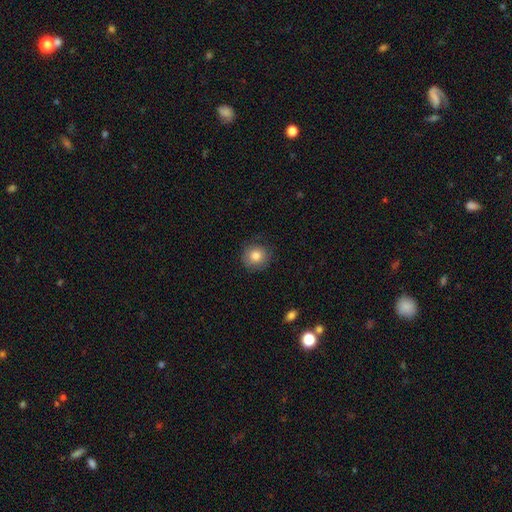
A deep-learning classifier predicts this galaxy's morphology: Smooth or featured? smooth (83%)
How rounded? round (89%)
Merging? none (82%)